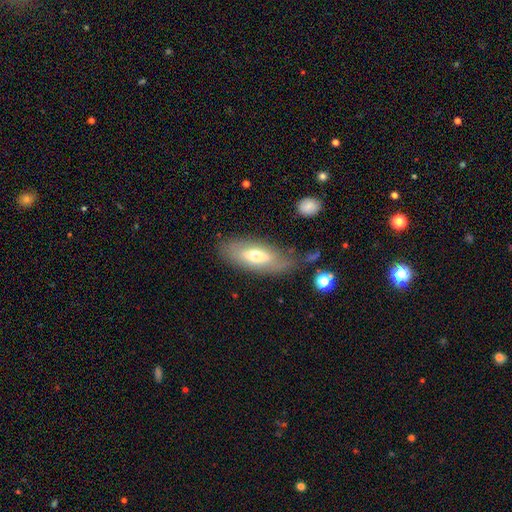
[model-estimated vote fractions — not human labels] Smooth or featured? Predicted: smooth (p=0.59). How rounded? Predicted: in between (p=0.78). Merging? Predicted: none (p=0.65).